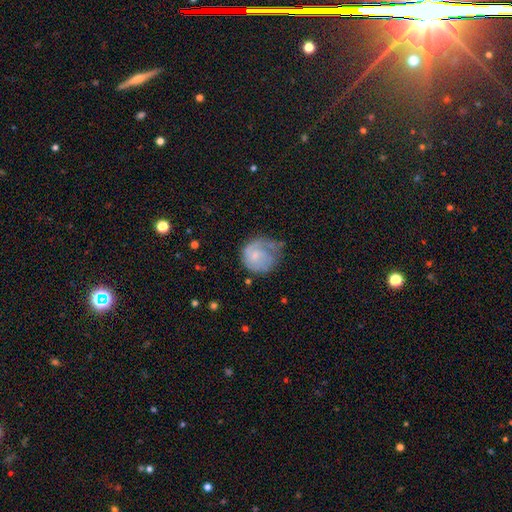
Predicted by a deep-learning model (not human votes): Overall: featured or disk (51%; smooth 42%). Edge-on disk: no (98%). Bar: no (76%). Spiral arms: yes (75%). Bulge size: small (56%; moderate 25%). Merging: none (42%; minor disturbance 30%).